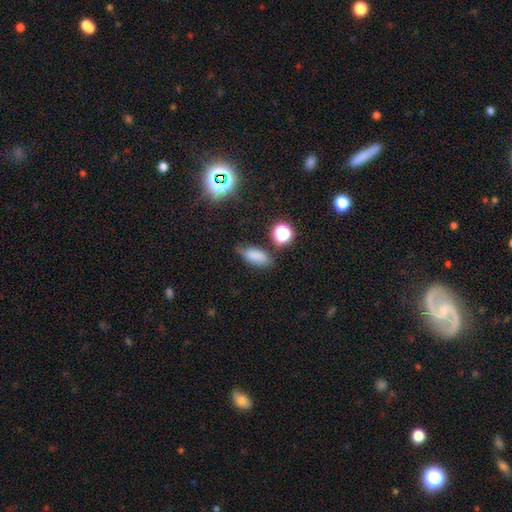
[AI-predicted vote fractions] Q: Smooth or featured?
A: smooth (76%); runner-up: star or artifact (14%)
Q: How rounded?
A: in between (82%); runner-up: cigar-shaped (10%)
Q: Merging?
A: none (63%); runner-up: minor disturbance (25%)